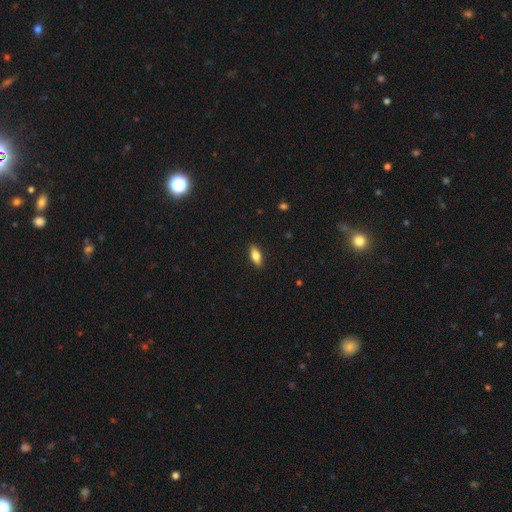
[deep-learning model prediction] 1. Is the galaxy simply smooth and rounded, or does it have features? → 74% smooth, 19% featured or disk, 7% star or artifact.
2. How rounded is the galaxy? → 79% in between, 18% cigar-shaped, 3% round.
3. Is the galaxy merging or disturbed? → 89% none, 8% minor disturbance, 2% major disturbance, 1% merger.